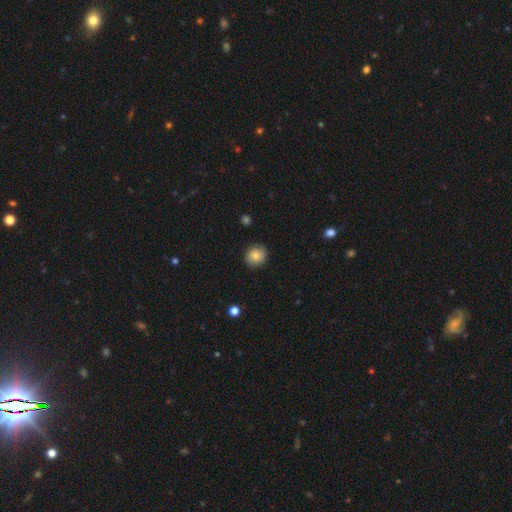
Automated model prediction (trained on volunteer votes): Overall: smooth (83%). How rounded: round (84%). Merging: none (88%).